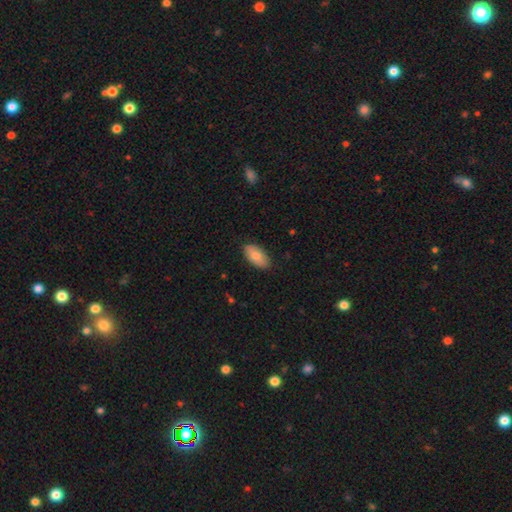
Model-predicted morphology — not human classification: Overall: smooth (76%). How rounded: in between (94%). Merging: none (86%).